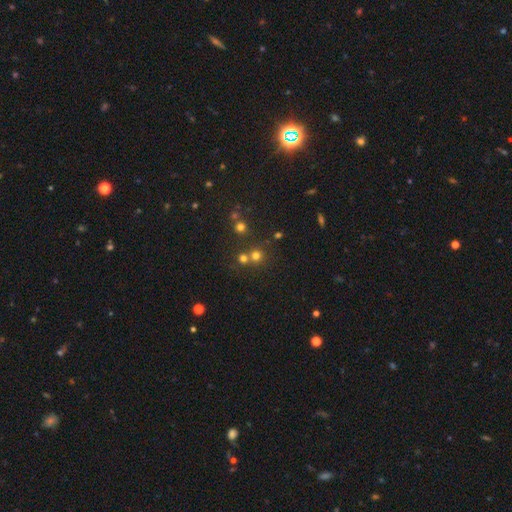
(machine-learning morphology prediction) Smooth or featured: smooth — 67% (star or artifact — 25%)
How rounded: round — 90% (in between — 9%)
Merging: none — 63% (merger — 28%)